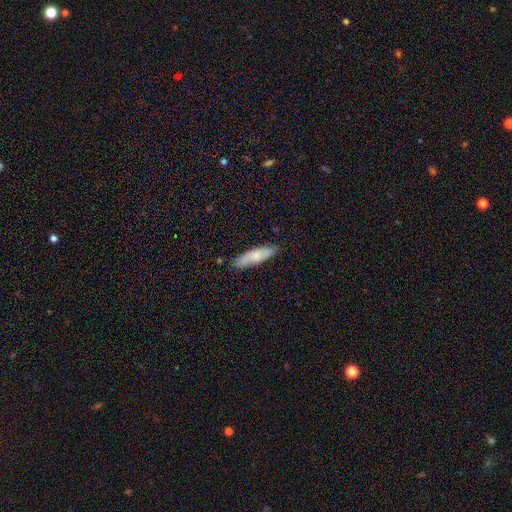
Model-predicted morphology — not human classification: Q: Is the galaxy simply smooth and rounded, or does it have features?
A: smooth — 75%.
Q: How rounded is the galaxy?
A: cigar-shaped — 61%.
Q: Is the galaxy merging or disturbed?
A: none — 83%.